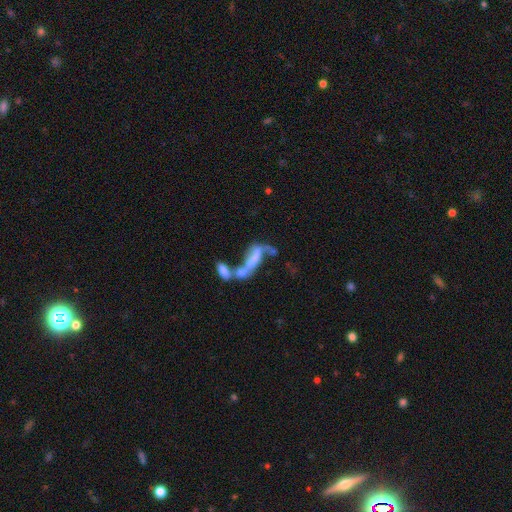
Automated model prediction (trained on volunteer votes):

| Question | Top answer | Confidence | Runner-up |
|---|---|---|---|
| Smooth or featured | featured or disk | 56% | smooth (29%) |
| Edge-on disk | no | 85% | yes (15%) |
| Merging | merger | 60% | major disturbance (16%) |